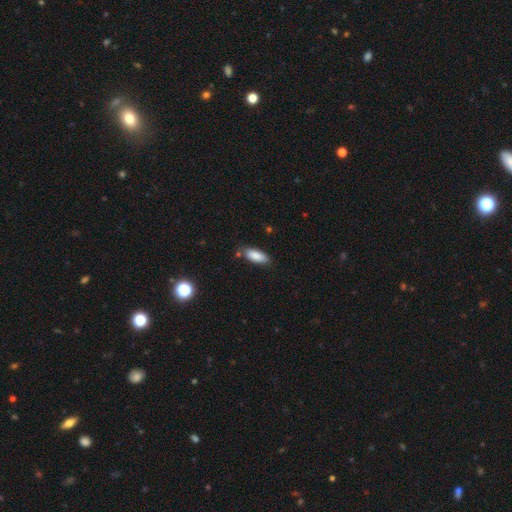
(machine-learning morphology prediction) Smooth or featured: smooth — 86% (featured or disk — 7%)
How rounded: in between — 76% (cigar-shaped — 22%)
Merging: none — 77% (minor disturbance — 16%)